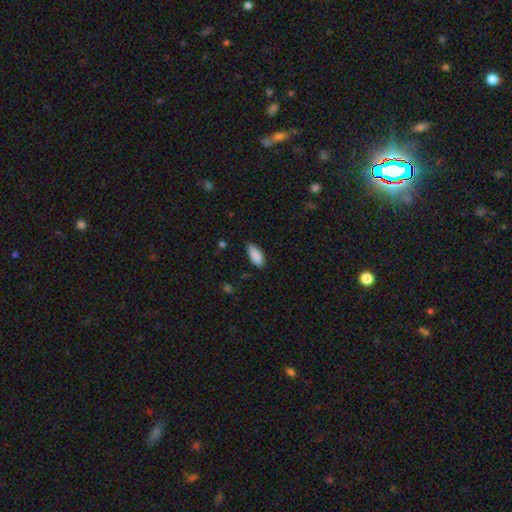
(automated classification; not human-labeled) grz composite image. It shows a smooth galaxy with no disk features (88%) that is in between round and cigar-shaped (87%). Merging: none (74%).